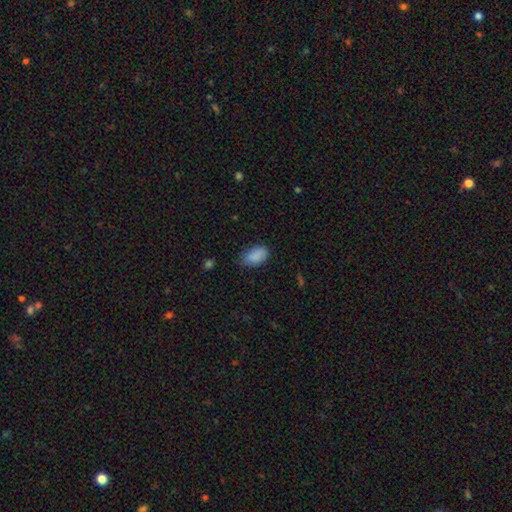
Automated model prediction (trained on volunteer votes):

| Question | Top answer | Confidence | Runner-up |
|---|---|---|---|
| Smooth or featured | smooth | 88% | star or artifact (7%) |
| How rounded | in between | 92% | round (6%) |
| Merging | none | 70% | minor disturbance (24%) |